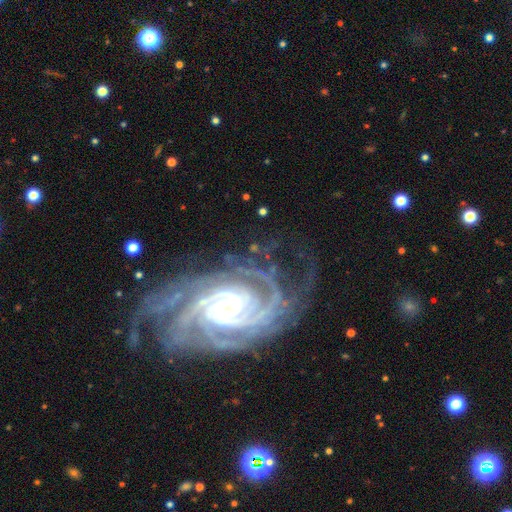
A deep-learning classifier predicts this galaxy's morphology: type=featured or disk (91%); edge-on=no (97%); bar=no (51%); spiral arms=yes (99%); winding=tight (77%); arm count=4 (26%); bulge=small (70%); merging=none (72%).